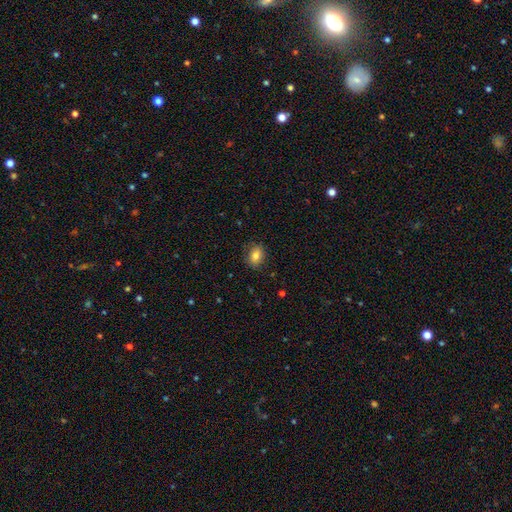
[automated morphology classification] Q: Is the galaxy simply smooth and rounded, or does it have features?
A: smooth — 82%.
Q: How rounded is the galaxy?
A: in between — 68%.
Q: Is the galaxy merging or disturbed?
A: none — 85%.